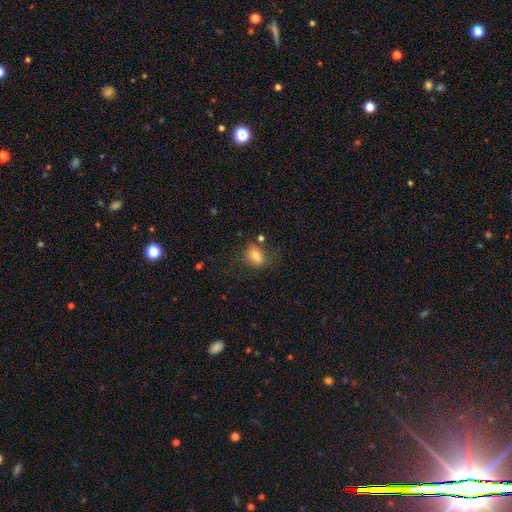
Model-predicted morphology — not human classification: Q: Smooth or featured?
A: smooth (78%); runner-up: featured or disk (11%)
Q: How rounded?
A: in between (76%); runner-up: round (21%)
Q: Merging?
A: none (64%); runner-up: minor disturbance (21%)